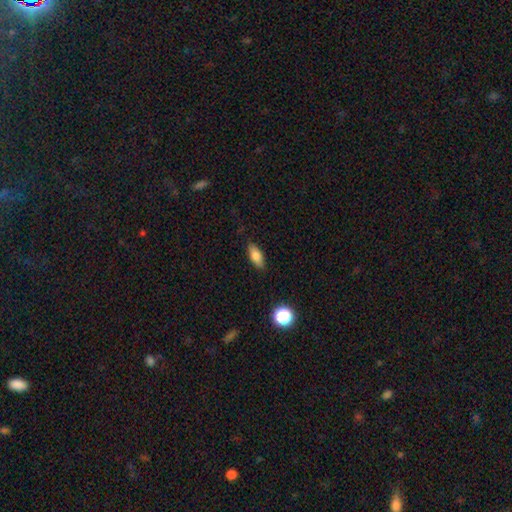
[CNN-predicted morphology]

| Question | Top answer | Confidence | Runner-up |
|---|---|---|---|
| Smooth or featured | smooth | 80% | featured or disk (12%) |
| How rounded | in between | 79% | cigar-shaped (17%) |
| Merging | none | 87% | minor disturbance (10%) |